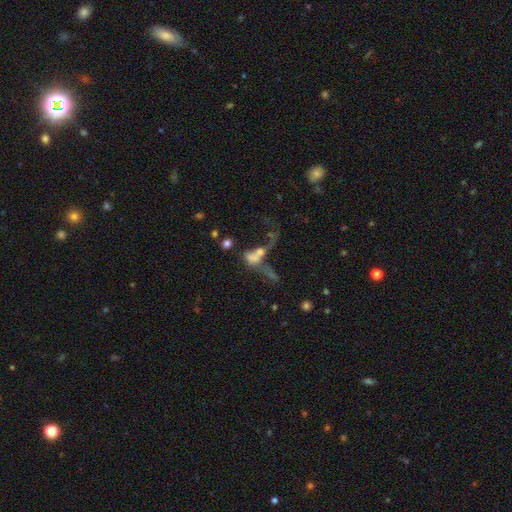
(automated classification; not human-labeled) Q: Smooth or featured?
A: smooth (47%); runner-up: featured or disk (36%)
Q: Merging?
A: merger (57%); runner-up: major disturbance (25%)